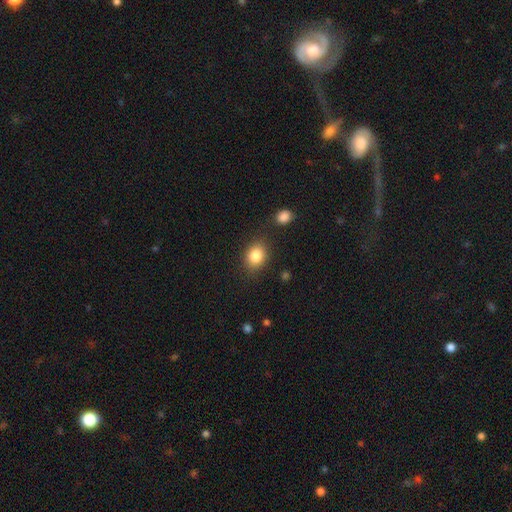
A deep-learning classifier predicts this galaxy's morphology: This appears to be a smooth galaxy with no disk features (84%) that is round (53%). Merging: none (81%).